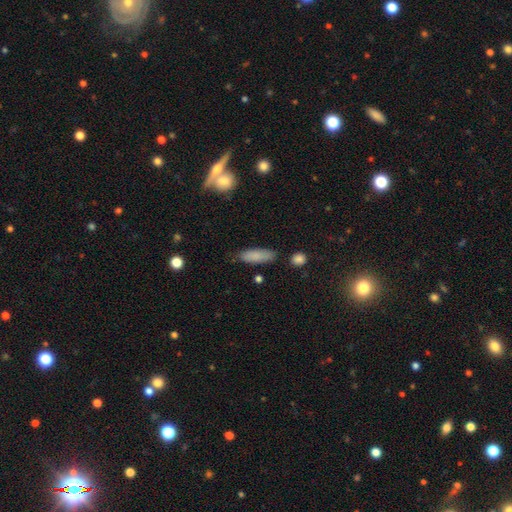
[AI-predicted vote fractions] Smooth or featured?
  - smooth: 83% *
  - featured or disk: 10%
  - star or artifact: 7%
How rounded?
  - in between: 51% *
  - cigar-shaped: 46%
  - round: 2%
Merging?
  - none: 80% *
  - minor disturbance: 14%
  - major disturbance: 3%
  - merger: 3%